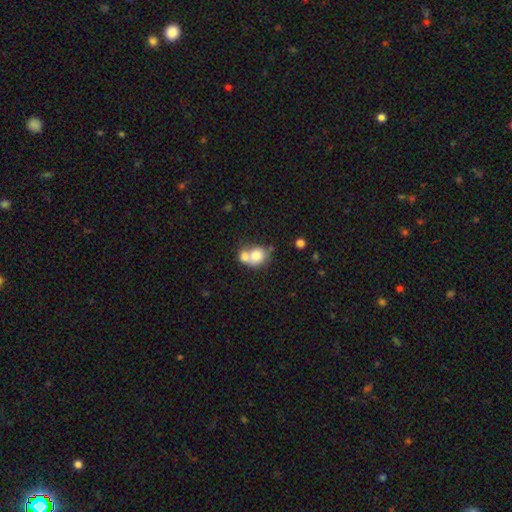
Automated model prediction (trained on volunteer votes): smooth_or_featured: smooth (p=0.75) [alt: featured or disk p=0.17]
how_rounded: round (p=0.61) [alt: in between p=0.38]
merging: merger (p=0.62) [alt: none p=0.25]